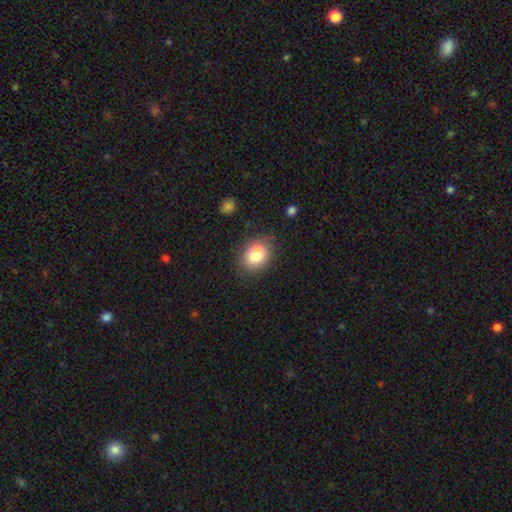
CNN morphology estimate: Smooth or featured? smooth (73%)
How rounded? in between (54%)
Merging? none (55%)